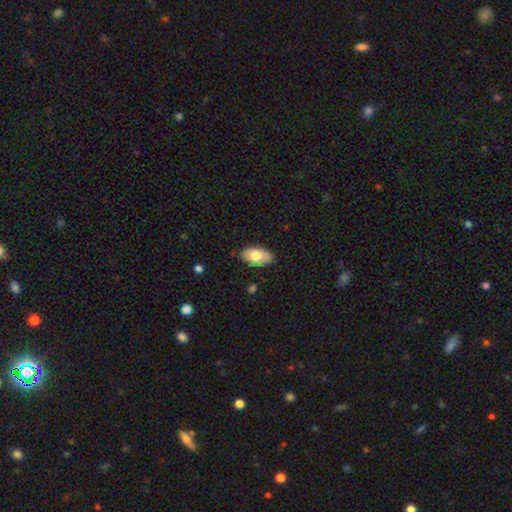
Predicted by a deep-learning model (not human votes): Smooth or featured? smooth (74%)
How rounded? in between (94%)
Merging? none (84%)